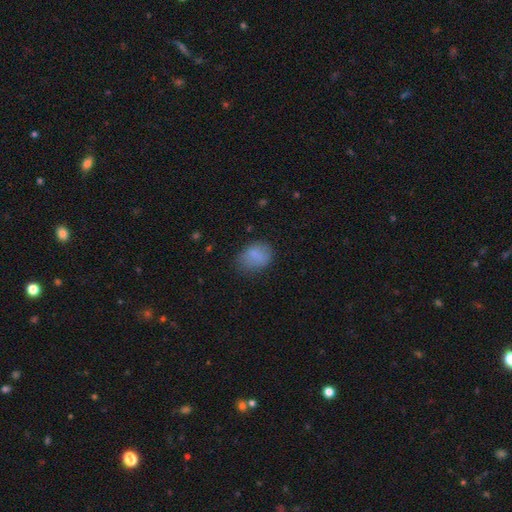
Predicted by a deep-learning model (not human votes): A smooth galaxy with no disk features (81%) that is in between round and cigar-shaped (59%).

Vote fractions:
- Smooth or featured? smooth: 81% / featured or disk: 10% / star or artifact: 9%
- How rounded? in between: 59% / round: 39% / cigar-shaped: 1%
- Merging? none: 66% / minor disturbance: 24% / major disturbance: 8% / merger: 2%